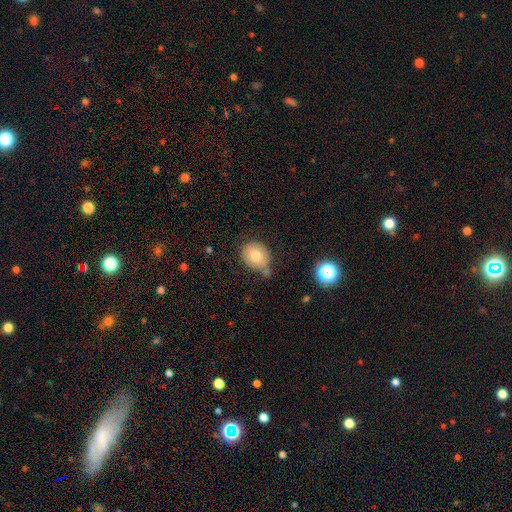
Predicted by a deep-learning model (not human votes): smooth 75%, featured or disk 15%, star or artifact 9%. Down the decision tree: how rounded — round (66%); merging — none (63%).